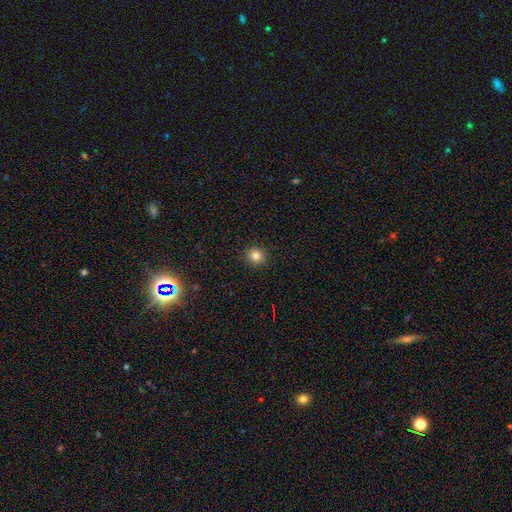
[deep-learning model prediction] The model was most divided on "smooth or featured": smooth: 82%, star or artifact: 13%, featured or disk: 6%. More confident: merging — none (92%); how rounded — round (91%).